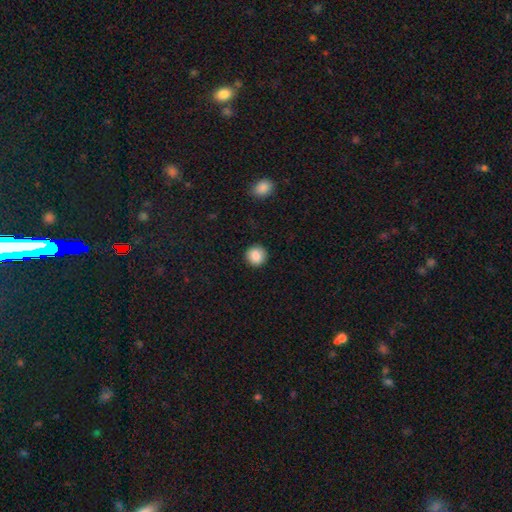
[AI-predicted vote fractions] Q: Smooth or featured?
A: smooth (87%); runner-up: star or artifact (9%)
Q: How rounded?
A: round (93%); runner-up: in between (6%)
Q: Merging?
A: none (92%); runner-up: minor disturbance (5%)